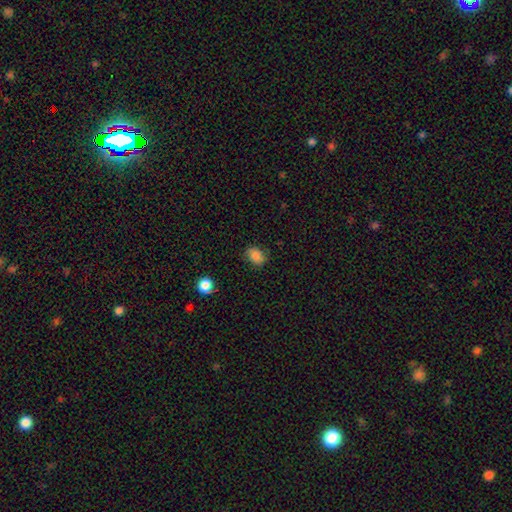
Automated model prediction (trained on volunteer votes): smooth 81%, star or artifact 10%, featured or disk 9%. Down the decision tree: how rounded — in between (62%); merging — none (76%).